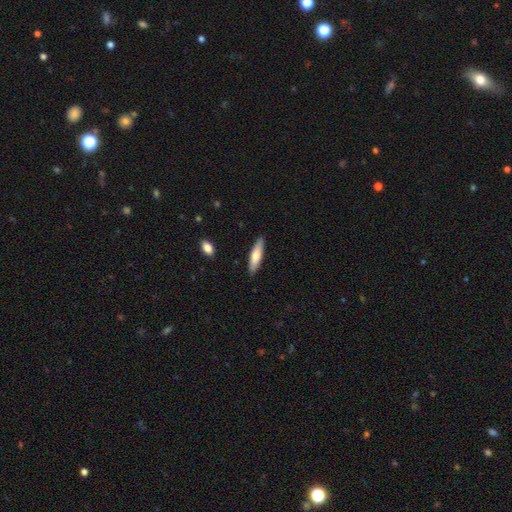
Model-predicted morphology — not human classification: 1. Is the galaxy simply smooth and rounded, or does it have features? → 67% smooth, 27% featured or disk, 6% star or artifact.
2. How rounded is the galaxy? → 74% cigar-shaped, 24% in between, 1% round.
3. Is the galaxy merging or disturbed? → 89% none, 8% minor disturbance, 2% major disturbance, 1% merger.